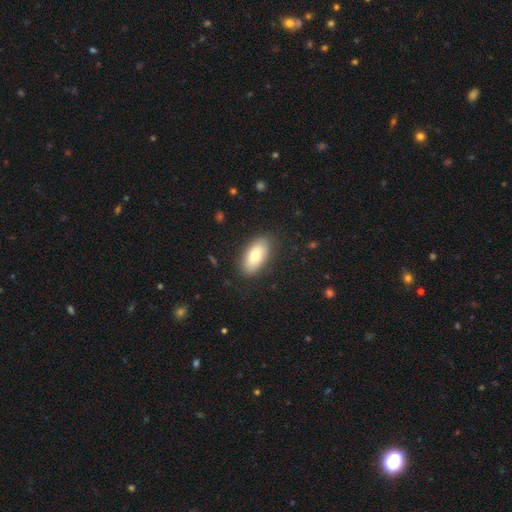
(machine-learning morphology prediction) This is likely a smooth galaxy (74%). How rounded: clearly in between (92%). Merging: clearly none (85%).